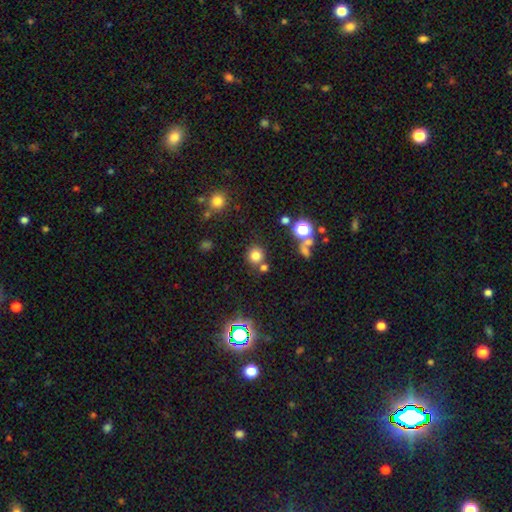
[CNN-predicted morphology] The model was most divided on "smooth or featured": smooth: 76%, star or artifact: 17%, featured or disk: 7%. More confident: how rounded — round (90%); merging — none (73%).